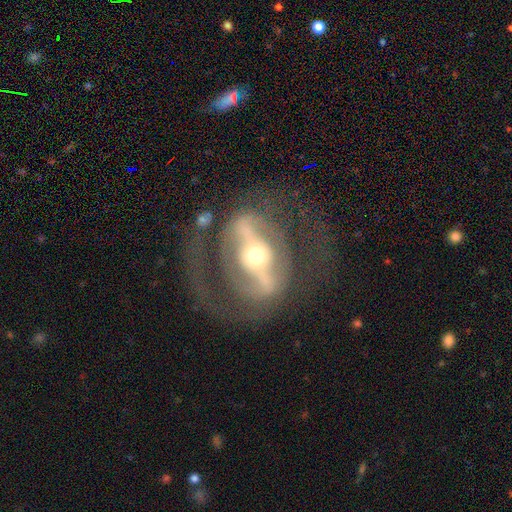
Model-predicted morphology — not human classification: This is clearly a featured or disk galaxy (83%). It is clearly not viewed edge-on (85%). Bar: likely strong (71%). Spiral arm pattern: possibly no (51%). Central bulge: possibly moderate (53%). Merging: likely none (61%).